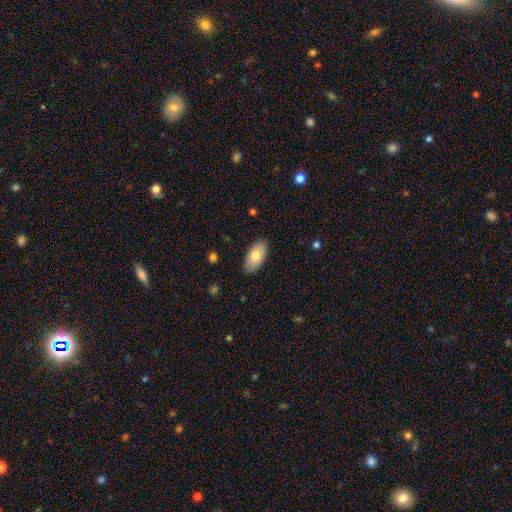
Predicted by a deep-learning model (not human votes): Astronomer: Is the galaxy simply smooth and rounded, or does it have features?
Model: smooth — 80%.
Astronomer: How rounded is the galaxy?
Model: in between — 94%.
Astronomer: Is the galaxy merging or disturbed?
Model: none — 87%.